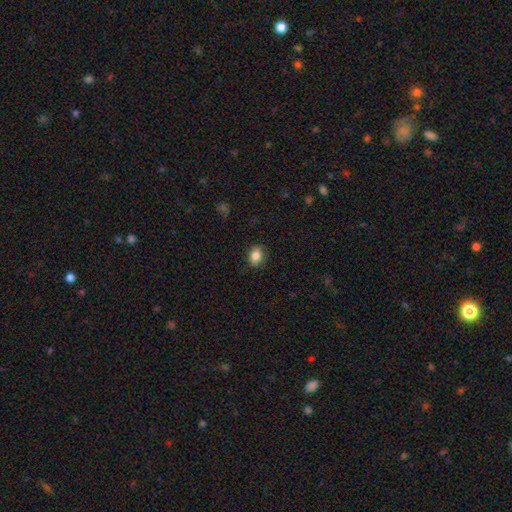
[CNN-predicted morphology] smooth_or_featured: smooth (p=0.85) [alt: star or artifact p=0.09]
how_rounded: in between (p=0.70) [alt: round p=0.28]
merging: none (p=0.85) [alt: minor disturbance p=0.11]